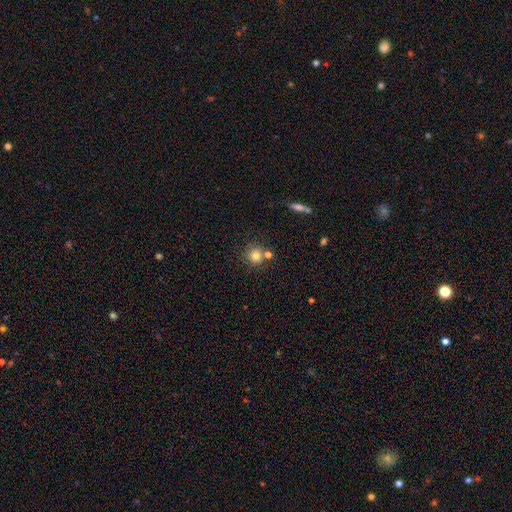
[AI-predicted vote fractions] Smooth or featured: smooth — 80% (star or artifact — 12%)
How rounded: round — 91% (in between — 8%)
Merging: none — 67% (merger — 20%)